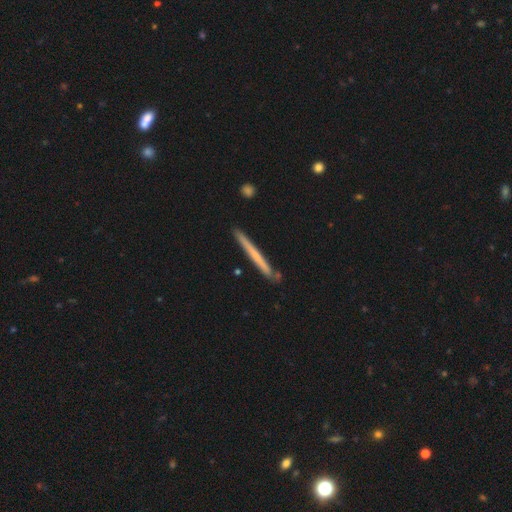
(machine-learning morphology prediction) The model was most divided on "smooth or featured": smooth: 52%, featured or disk: 43%, star or artifact: 6%. More confident: how rounded — cigar-shaped (97%); merging — none (86%).